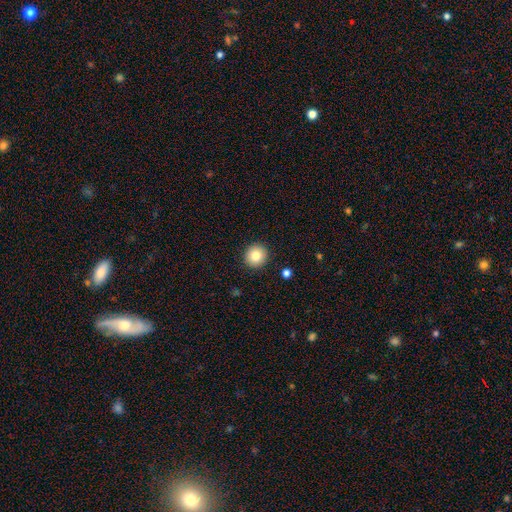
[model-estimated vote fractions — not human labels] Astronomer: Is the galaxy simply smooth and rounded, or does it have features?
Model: smooth — 81%.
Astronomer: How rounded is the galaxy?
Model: round — 94%.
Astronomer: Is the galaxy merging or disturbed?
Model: none — 92%.